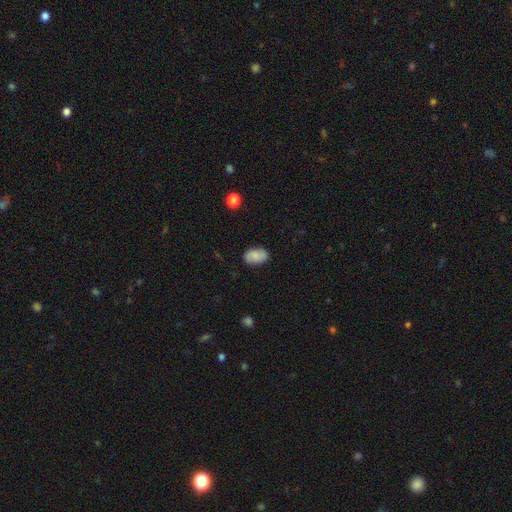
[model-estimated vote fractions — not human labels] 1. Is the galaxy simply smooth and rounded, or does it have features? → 81% smooth, 11% featured or disk, 8% star or artifact.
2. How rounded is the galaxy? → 91% in between, 8% round, 1% cigar-shaped.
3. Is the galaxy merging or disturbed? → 84% none, 12% minor disturbance, 3% major disturbance, 1% merger.